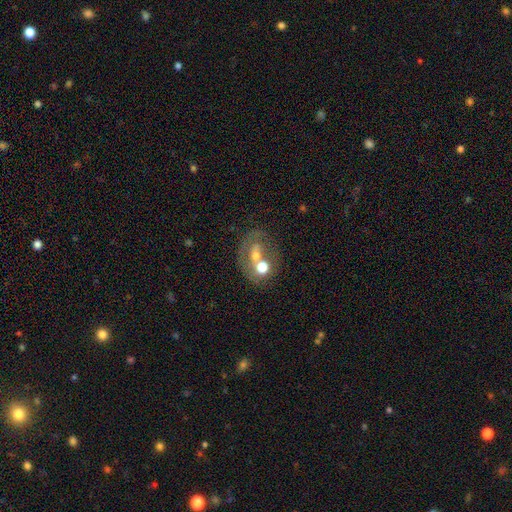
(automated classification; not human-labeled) smooth_or_featured: featured or disk (p=0.53) [alt: smooth p=0.31]
disk_edge_on: no (p=0.95) [alt: yes p=0.05]
bar: no (p=0.73) [alt: weak p=0.19]
has_spiral_arms: no (p=0.62) [alt: yes p=0.38]
bulge_size: moderate (p=0.60) [alt: small p=0.23]
merging: none (p=0.40) [alt: merger p=0.34]